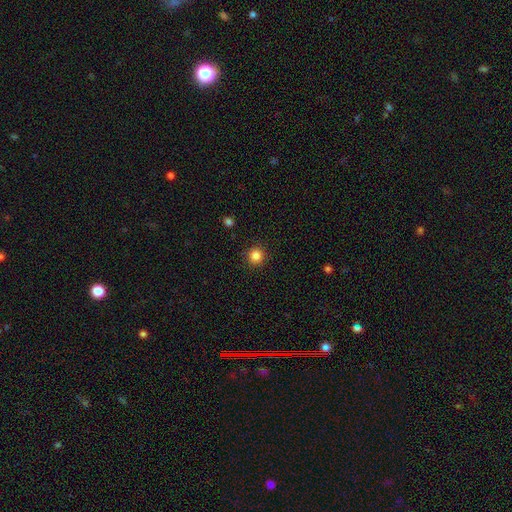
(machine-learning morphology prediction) smooth_or_featured: smooth (p=0.85) [alt: star or artifact p=0.12]
how_rounded: round (p=0.94) [alt: in between p=0.05]
merging: none (p=0.92) [alt: minor disturbance p=0.05]